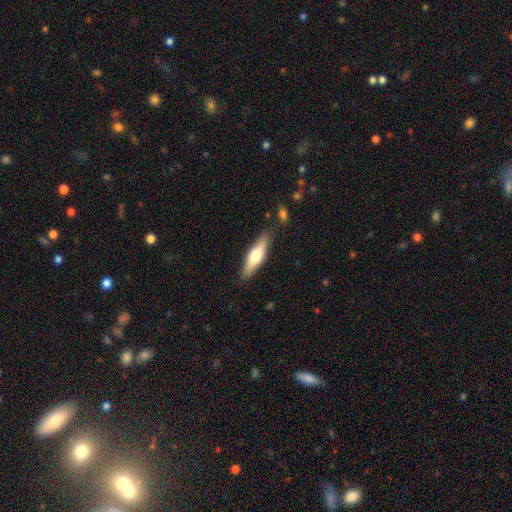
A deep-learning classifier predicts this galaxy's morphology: smooth-or-featured: smooth: 52% | featured or disk: 42% | star or artifact: 5%
  how-rounded: cigar-shaped: 65% | in between: 33% | round: 2%
  merging: none: 85% | minor disturbance: 11% | merger: 2% | major disturbance: 2%